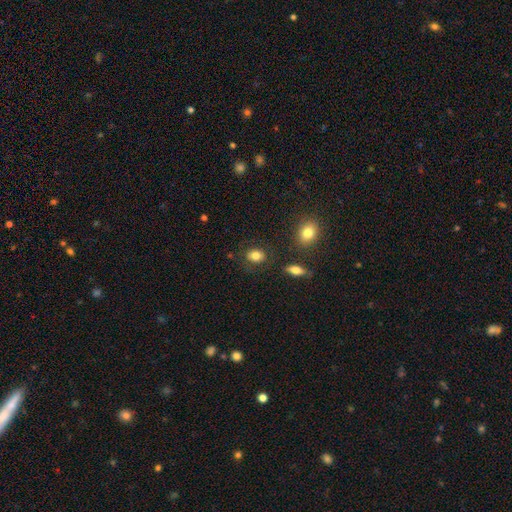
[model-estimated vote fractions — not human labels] Q: Smooth or featured?
A: smooth (82%); runner-up: star or artifact (9%)
Q: How rounded?
A: in between (62%); runner-up: round (36%)
Q: Merging?
A: none (80%); runner-up: minor disturbance (13%)